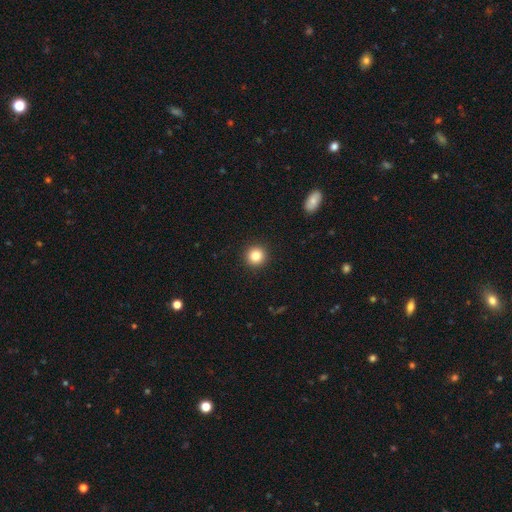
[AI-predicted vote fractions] A smooth galaxy with no disk features (83%) that is round (95%). Merging: none (93%).